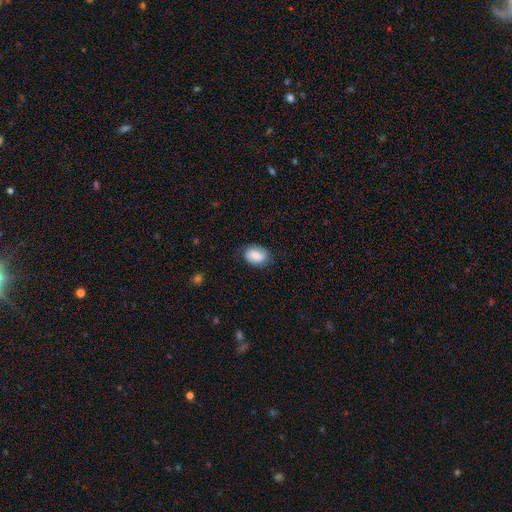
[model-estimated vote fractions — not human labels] Smooth or featured? Predicted: smooth (p=0.72). How rounded? Predicted: in between (p=0.77). Merging? Predicted: none (p=0.77).